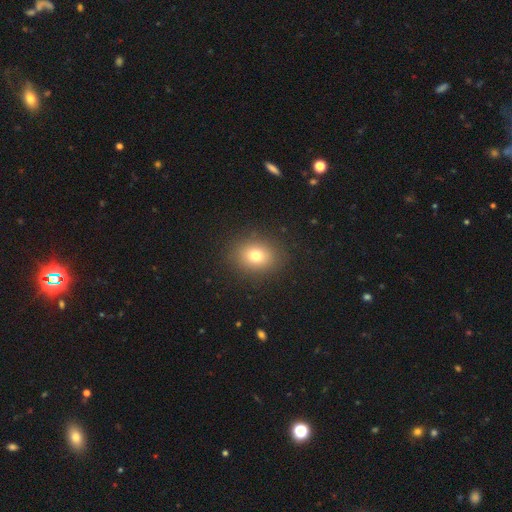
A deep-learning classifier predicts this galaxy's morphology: Smooth or featured?
  - smooth: 77% *
  - star or artifact: 13%
  - featured or disk: 10%
How rounded?
  - round: 53% *
  - in between: 46%
  - cigar-shaped: 1%
Merging?
  - none: 88% *
  - minor disturbance: 8%
  - major disturbance: 3%
  - merger: 1%